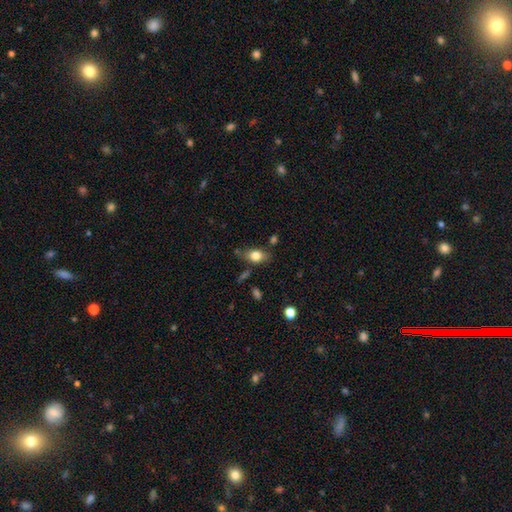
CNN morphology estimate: Smooth or featured?
  - smooth: 77% *
  - featured or disk: 15%
  - star or artifact: 9%
How rounded?
  - in between: 76% *
  - round: 20%
  - cigar-shaped: 4%
Merging?
  - none: 66% *
  - minor disturbance: 22%
  - major disturbance: 6%
  - merger: 6%